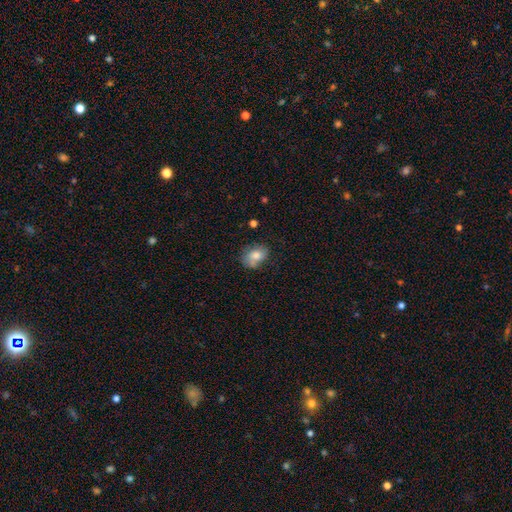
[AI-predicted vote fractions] Smooth or featured: smooth — 75% (featured or disk — 16%)
How rounded: in between — 70% (round — 29%)
Merging: none — 57% (minor disturbance — 29%)